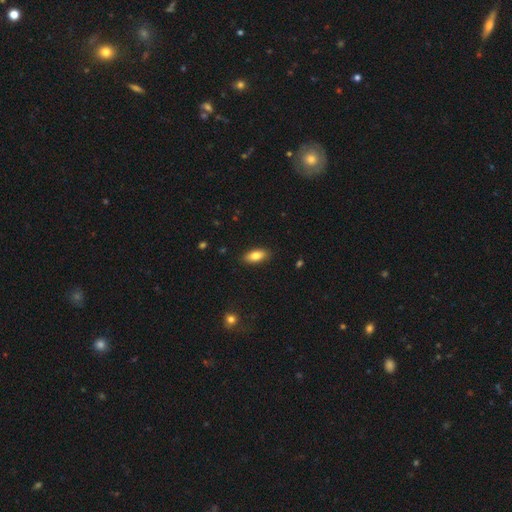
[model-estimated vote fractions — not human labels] A smooth galaxy with no disk features (81%) that is in between round and cigar-shaped (87%). Merging: none (89%).